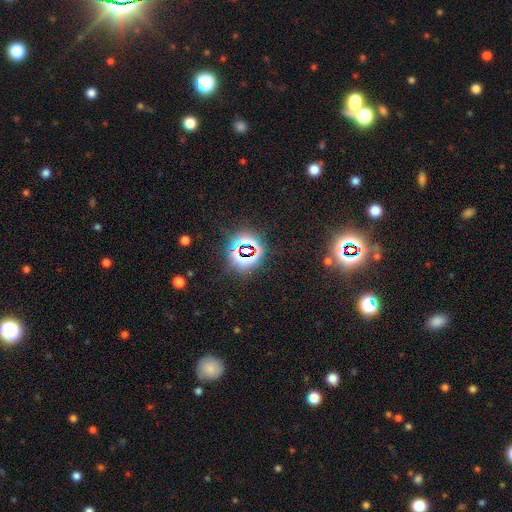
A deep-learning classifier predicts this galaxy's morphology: smooth_or_featured: star or artifact (p=0.80) [alt: smooth p=0.12]